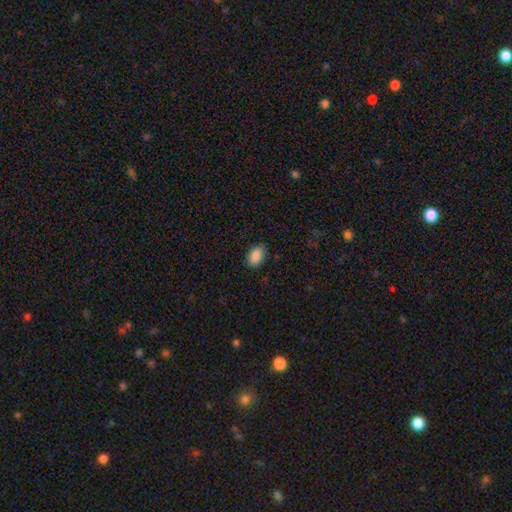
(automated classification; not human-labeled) Morphology: type=smooth (86%); roundness=in between (90%); merging=none (86%).